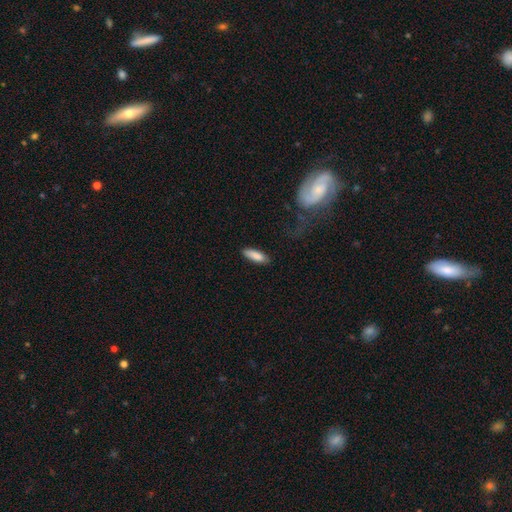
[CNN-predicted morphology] This appears to be a smooth galaxy with no disk features (87%) that is in between round and cigar-shaped (55%). Merging: none (83%).